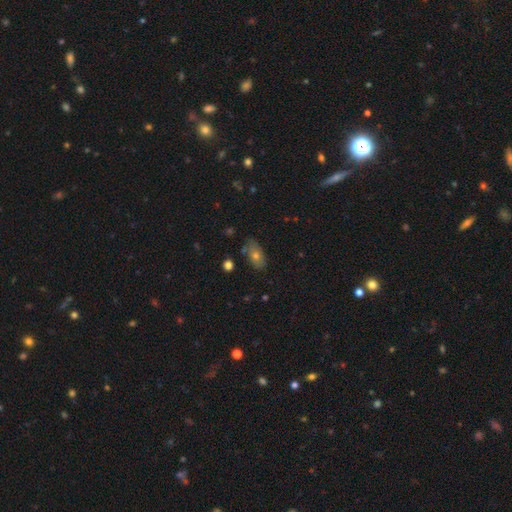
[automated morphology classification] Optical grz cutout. It shows a smooth galaxy with no disk features (61%) that is in between round and cigar-shaped (87%). Merging: none (75%).